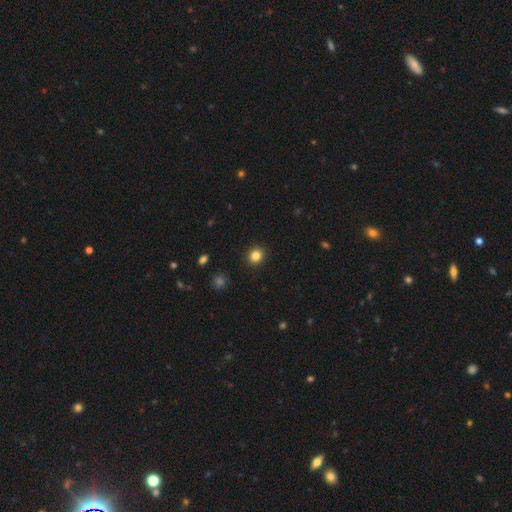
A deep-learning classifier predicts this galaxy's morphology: This appears to be a smooth galaxy with no disk features (84%) that is round (87%). Merging: none (92%).